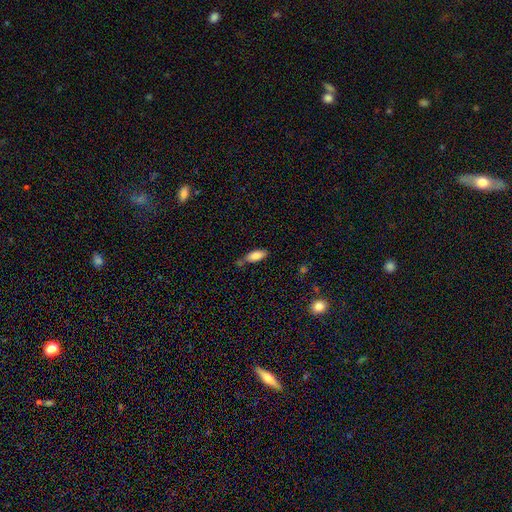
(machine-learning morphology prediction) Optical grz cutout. It shows a smooth galaxy with no disk features (81%) that is in between round and cigar-shaped (82%). Merging: none (63%).